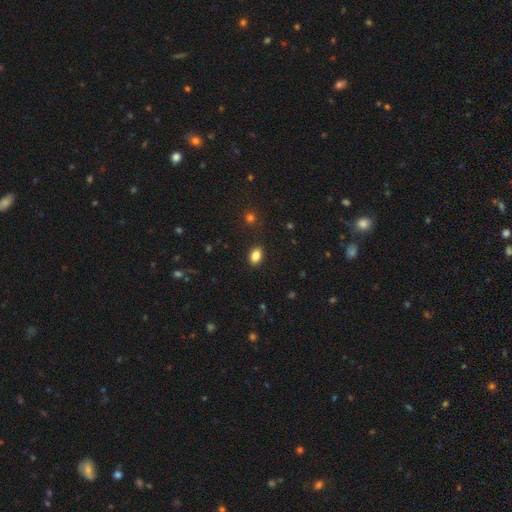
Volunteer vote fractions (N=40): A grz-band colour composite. It shows a smooth galaxy with no disk features (90%) that is in between round and cigar-shaped (83%). Merging: none (89%).